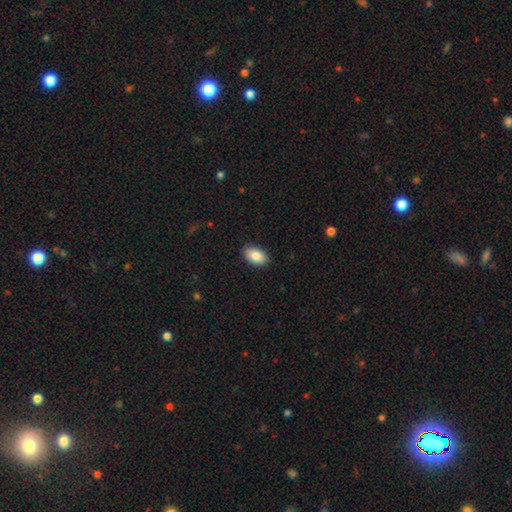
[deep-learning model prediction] Overall: smooth (87%). How rounded: in between (92%). Merging: none (89%).